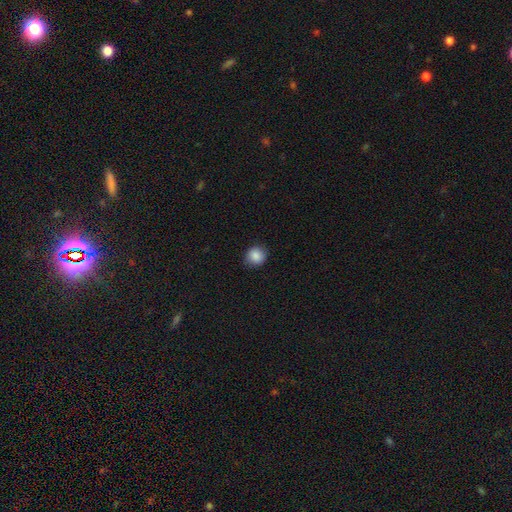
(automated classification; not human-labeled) Smooth or featured? smooth (87%)
How rounded? round (82%)
Merging? none (83%)